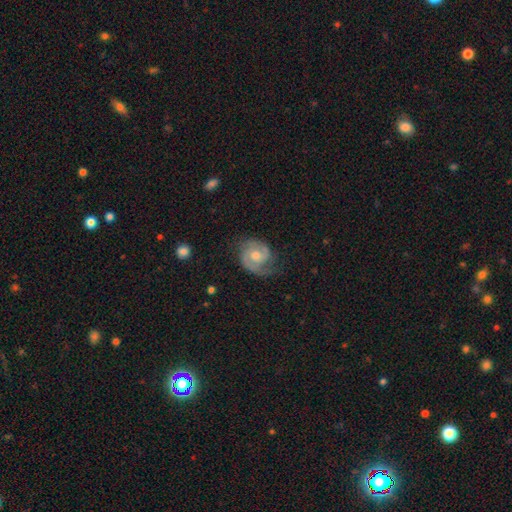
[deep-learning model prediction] smooth-or-featured: featured or disk: 83% | smooth: 11% | star or artifact: 6%
  disk-edge-on: no: 98% | yes: 2%
    bar: no: 60% | weak: 34% | strong: 6%
    has-spiral-arms: yes: 96% | no: 4%
      spiral-winding: medium: 46% | tight: 40% | loose: 14%
      spiral-arm-count: 2: 82% | 1: 8% | can't tell: 6% | 3: 2% | 4: 1% | more than 4: 1%
    bulge-size: moderate: 66% | small: 26% | large: 5% | none: 2% | dominant: 1%
  merging: none: 69% | minor disturbance: 21% | major disturbance: 9% | merger: 1%